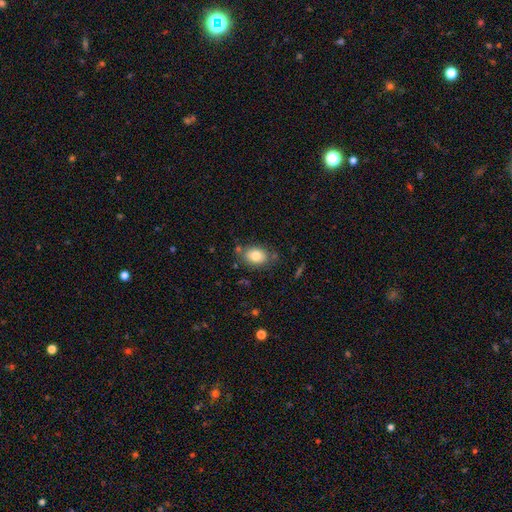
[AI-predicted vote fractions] Smooth or featured? smooth (82%)
How rounded? in between (74%)
Merging? none (75%)